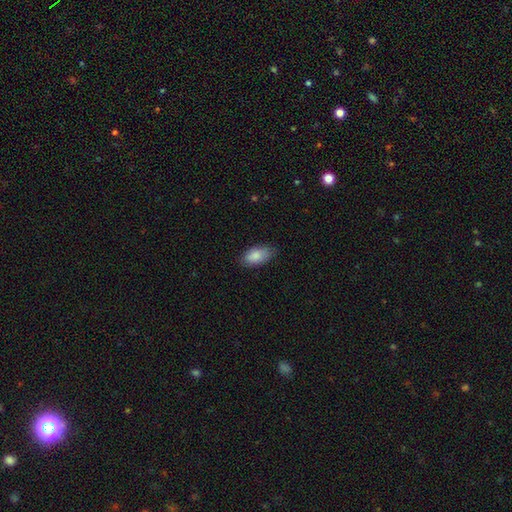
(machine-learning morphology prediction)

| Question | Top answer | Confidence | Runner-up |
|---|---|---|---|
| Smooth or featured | smooth | 86% | featured or disk (7%) |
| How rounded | in between | 93% | cigar-shaped (4%) |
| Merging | none | 76% | minor disturbance (19%) |